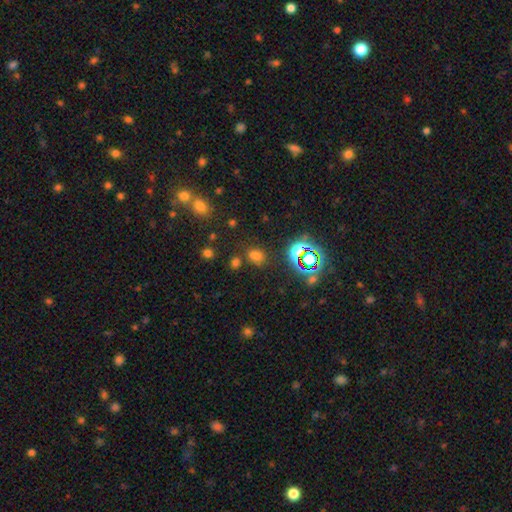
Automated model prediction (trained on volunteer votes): Smooth or featured? smooth (59%)
How rounded? in between (59%)
Merging? none (71%)